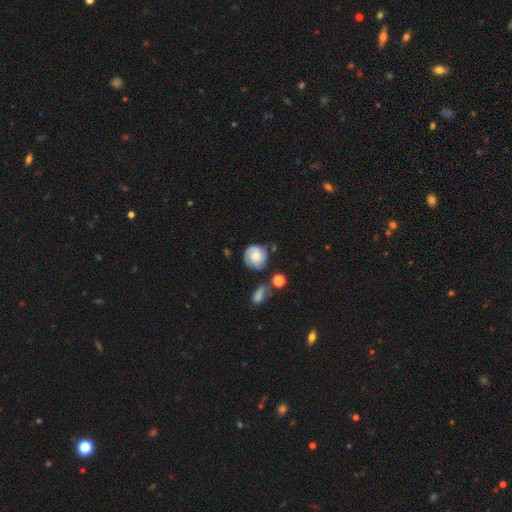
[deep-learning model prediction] Morphology: type=featured or disk (50%); merging=none (59%).